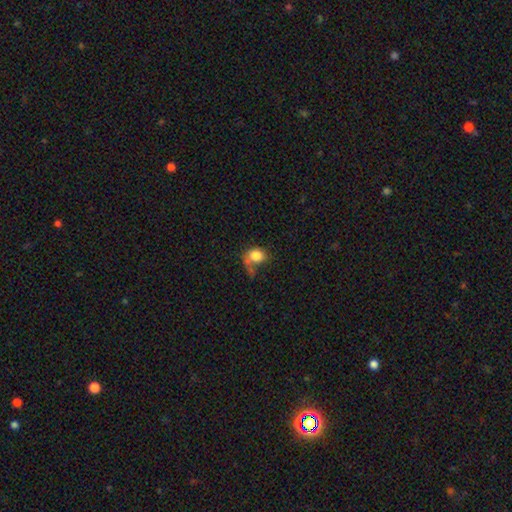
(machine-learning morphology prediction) This is likely a smooth galaxy (78%). How rounded: possibly round (54%). Merging: marginally none (32%).